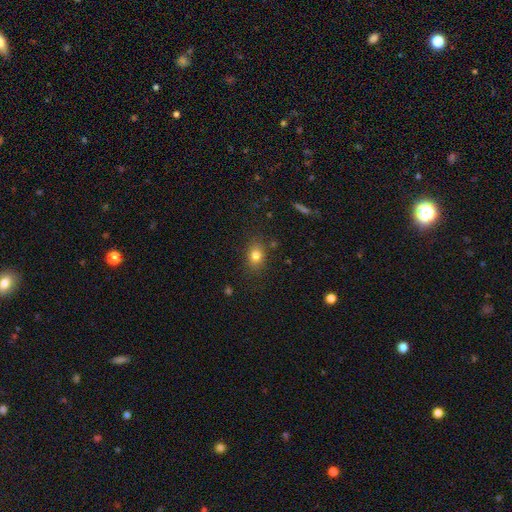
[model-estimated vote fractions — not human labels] Smooth or featured? smooth (80%)
How rounded? in between (62%)
Merging? none (82%)